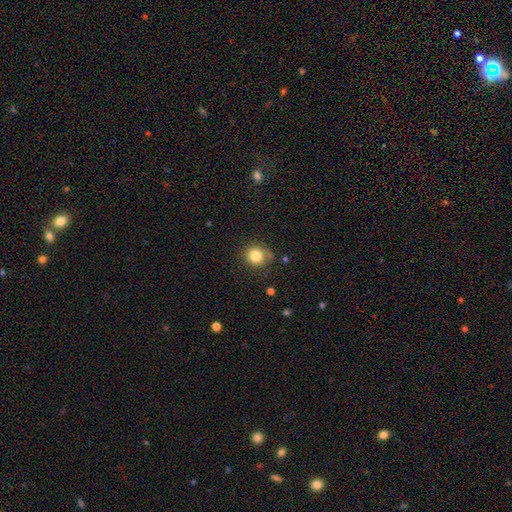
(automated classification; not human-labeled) Smooth or featured?
  - smooth: 81% *
  - star or artifact: 11%
  - featured or disk: 8%
How rounded?
  - round: 85% *
  - in between: 14%
  - cigar-shaped: 1%
Merging?
  - none: 72% *
  - minor disturbance: 19%
  - major disturbance: 6%
  - merger: 3%